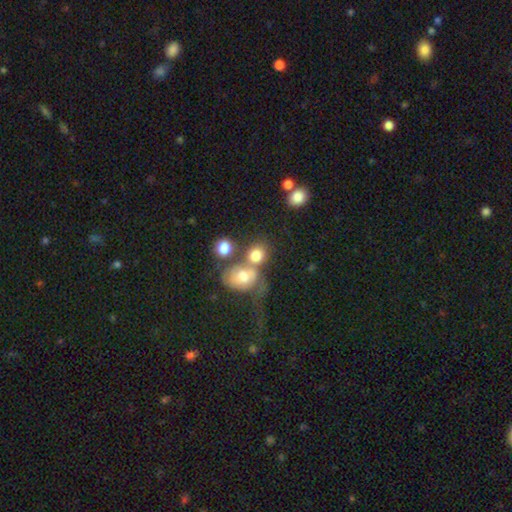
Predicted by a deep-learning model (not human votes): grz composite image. It shows a smooth galaxy with no disk features (71%) that is round (70%). Merging: merger (50%).